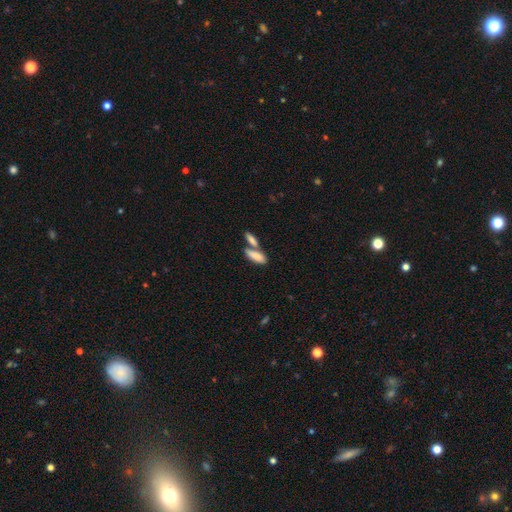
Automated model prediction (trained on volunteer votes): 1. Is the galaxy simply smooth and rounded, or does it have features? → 82% smooth, 11% featured or disk, 7% star or artifact.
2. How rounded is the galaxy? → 66% in between, 32% cigar-shaped, 3% round.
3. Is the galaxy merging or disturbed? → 47% merger, 40% none, 9% minor disturbance, 4% major disturbance.